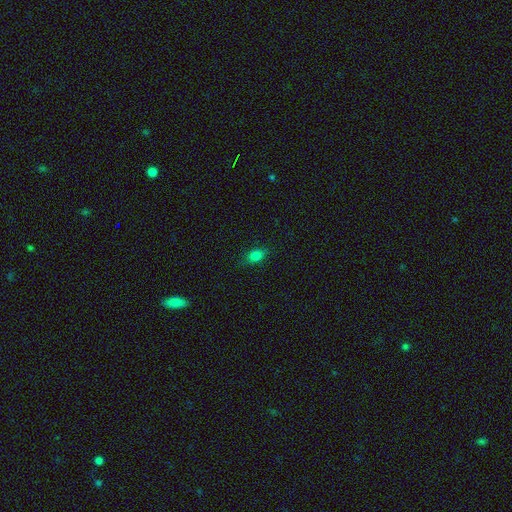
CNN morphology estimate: This is likely a smooth galaxy (80%). How rounded: likely in between (76%). Merging: likely none (79%).